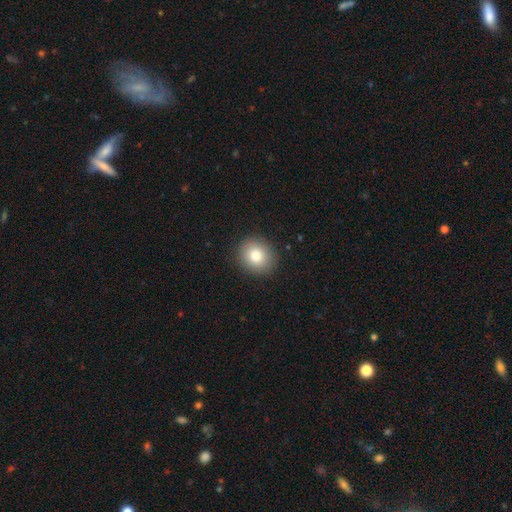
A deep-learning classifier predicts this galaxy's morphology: Overall: smooth (82%). How rounded: round (79%). Merging: none (90%).